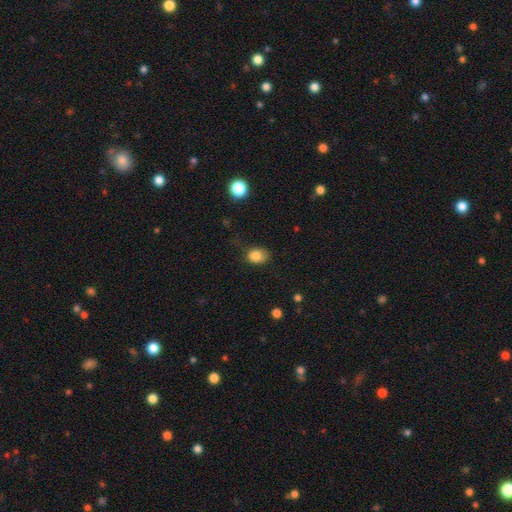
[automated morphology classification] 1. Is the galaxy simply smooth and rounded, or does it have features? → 84% smooth, 10% star or artifact, 6% featured or disk.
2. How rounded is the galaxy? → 55% in between, 44% round, 1% cigar-shaped.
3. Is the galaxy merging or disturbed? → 62% none, 28% minor disturbance, 9% major disturbance, 2% merger.